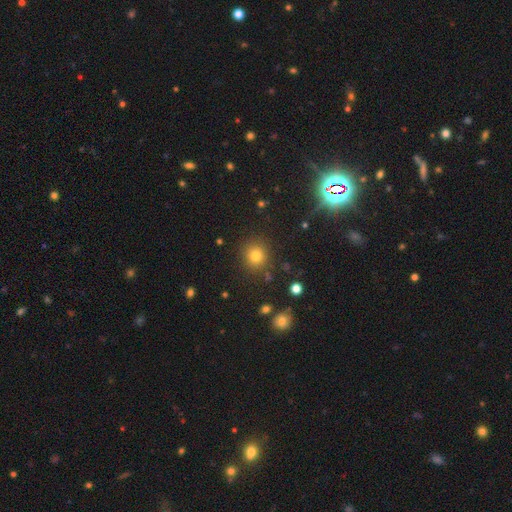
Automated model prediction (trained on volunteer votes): Smooth or featured? smooth (76%)
How rounded? round (90%)
Merging? none (87%)